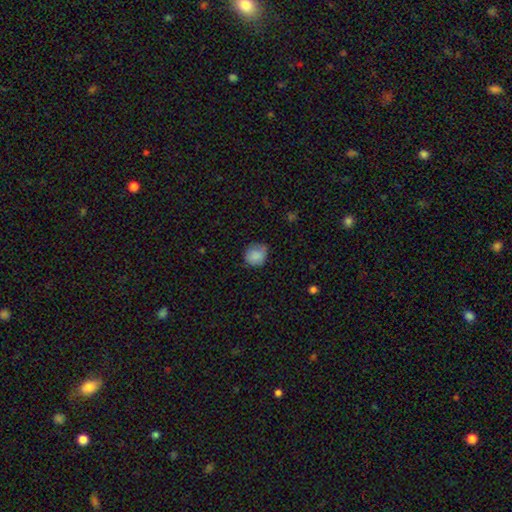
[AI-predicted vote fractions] A smooth galaxy with no disk features (84%) that is round (80%).

Vote fractions:
- Smooth or featured? smooth: 84% / star or artifact: 8% / featured or disk: 7%
- How rounded? round: 80% / in between: 19% / cigar-shaped: 1%
- Merging? none: 66% / minor disturbance: 27% / major disturbance: 6% / merger: 1%